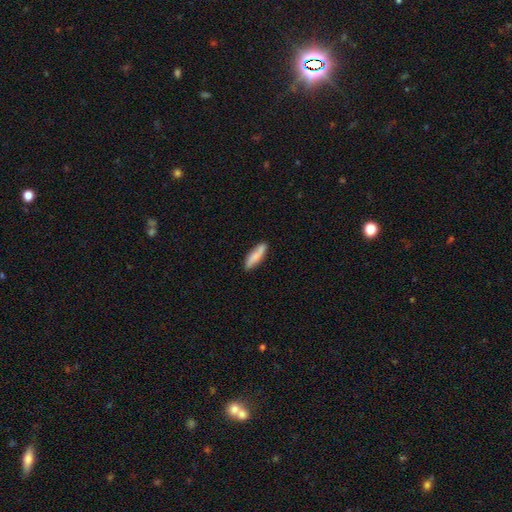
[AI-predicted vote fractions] Smooth or featured? Predicted: smooth (p=0.75). How rounded? Predicted: cigar-shaped (p=0.66). Merging? Predicted: none (p=0.83).